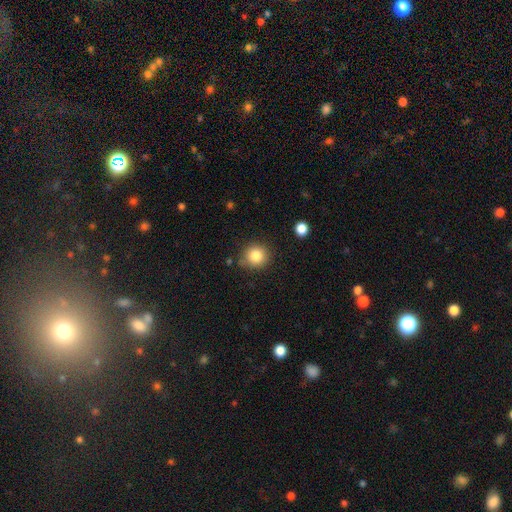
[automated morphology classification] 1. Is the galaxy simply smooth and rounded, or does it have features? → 84% smooth, 10% star or artifact, 6% featured or disk.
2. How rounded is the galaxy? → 90% round, 9% in between, 1% cigar-shaped.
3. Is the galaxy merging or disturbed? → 80% none, 13% minor disturbance, 3% merger, 3% major disturbance.